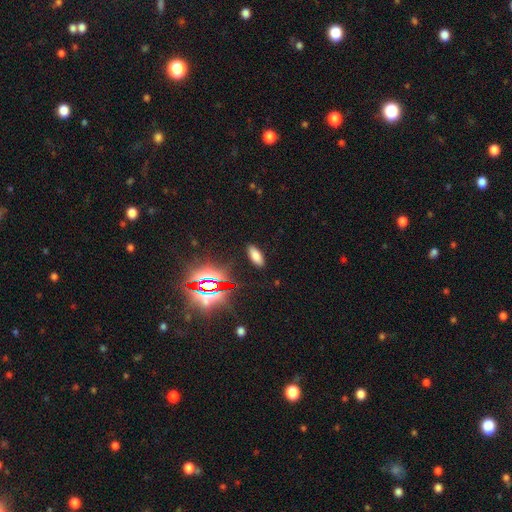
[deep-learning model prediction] A smooth galaxy with no disk features (67%) that is in between round and cigar-shaped (78%).

Vote fractions:
- Smooth or featured? smooth: 67% / star or artifact: 24% / featured or disk: 8%
- How rounded? in between: 78% / cigar-shaped: 18% / round: 3%
- Merging? none: 89% / minor disturbance: 7% / major disturbance: 2% / merger: 1%